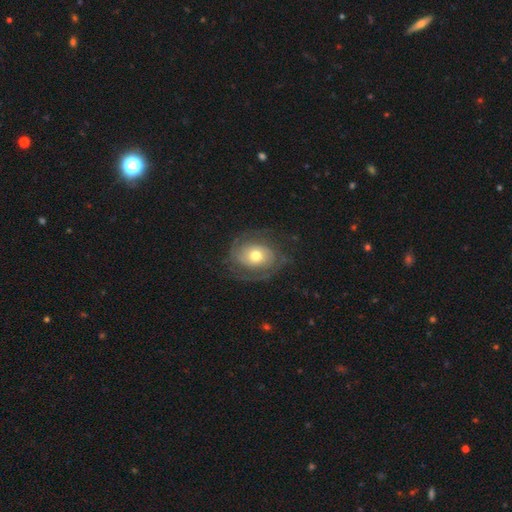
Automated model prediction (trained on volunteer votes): Smooth or featured? Predicted: featured or disk (p=0.74). Edge-on disk? Predicted: no (p=0.97). Bar? Predicted: no (p=0.77). Spiral arms? Predicted: yes (p=0.87). Spiral winding? Predicted: tight (p=0.48). Spiral arm count? Predicted: 2 (p=0.61). Bulge size? Predicted: moderate (p=0.71). Merging? Predicted: none (p=0.68).